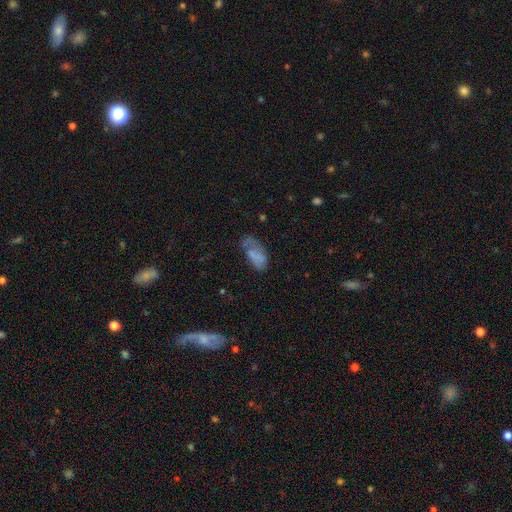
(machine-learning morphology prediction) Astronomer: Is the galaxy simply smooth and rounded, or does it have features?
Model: smooth — 68%.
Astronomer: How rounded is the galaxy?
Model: in between — 89%.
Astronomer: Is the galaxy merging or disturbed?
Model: none — 37% (runner-up: minor disturbance, 32%).